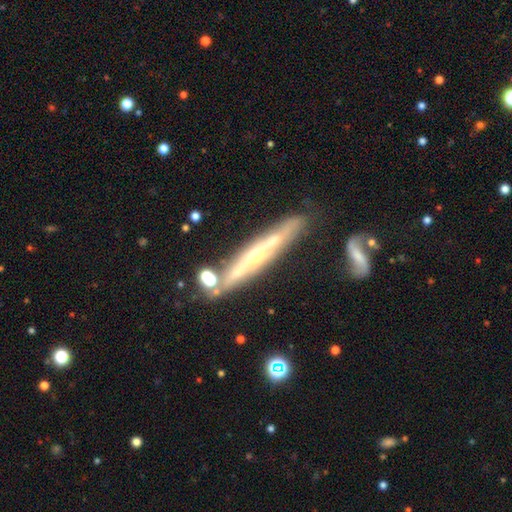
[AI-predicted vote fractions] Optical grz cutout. It shows a featured or disk galaxy (75%) viewed edge-on (87%) with a rounded central bulge (67%). Merging: none (73%).